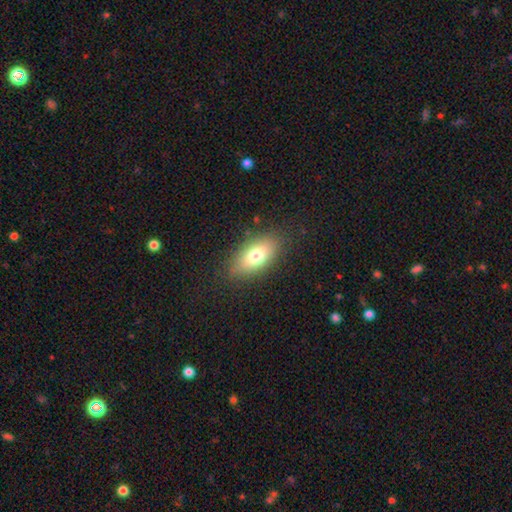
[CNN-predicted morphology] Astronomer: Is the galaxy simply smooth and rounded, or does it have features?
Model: smooth — 73%.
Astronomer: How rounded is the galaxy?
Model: in between — 85%.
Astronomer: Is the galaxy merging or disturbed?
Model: none — 83%.